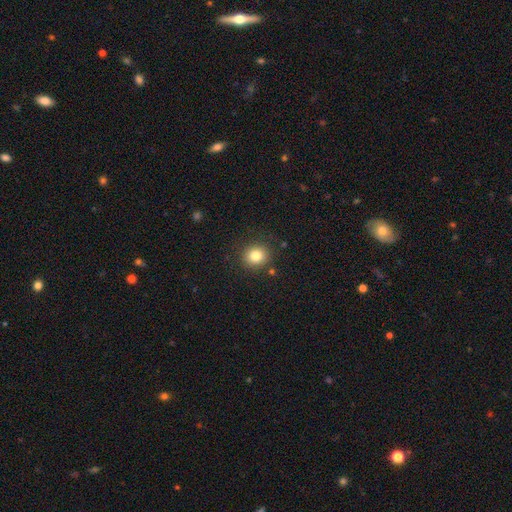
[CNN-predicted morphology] Smooth or featured: smooth — 81% (star or artifact — 12%)
How rounded: round — 80% (in between — 19%)
Merging: none — 87% (minor disturbance — 8%)